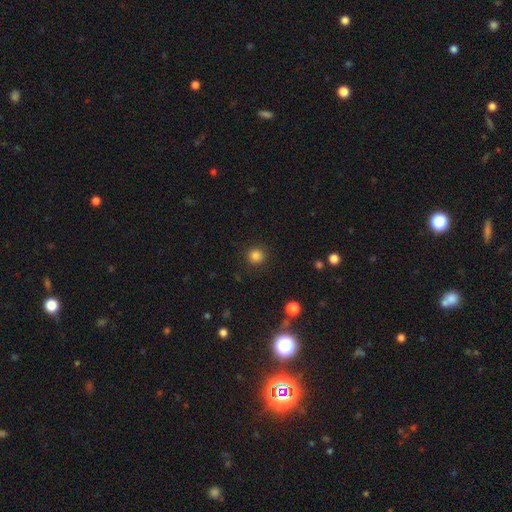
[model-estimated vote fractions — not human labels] A smooth galaxy with no disk features (84%) that is round (92%). Merging: none (90%).